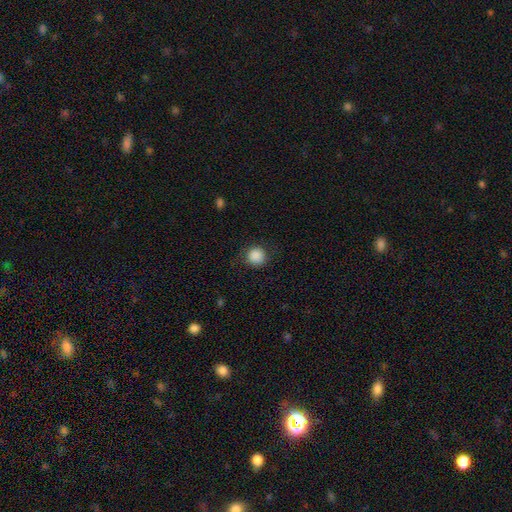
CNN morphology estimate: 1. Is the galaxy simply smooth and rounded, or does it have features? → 88% smooth, 9% star or artifact, 3% featured or disk.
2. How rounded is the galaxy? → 93% round, 6% in between, 1% cigar-shaped.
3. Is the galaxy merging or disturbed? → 85% none, 10% minor disturbance, 4% major disturbance, 1% merger.